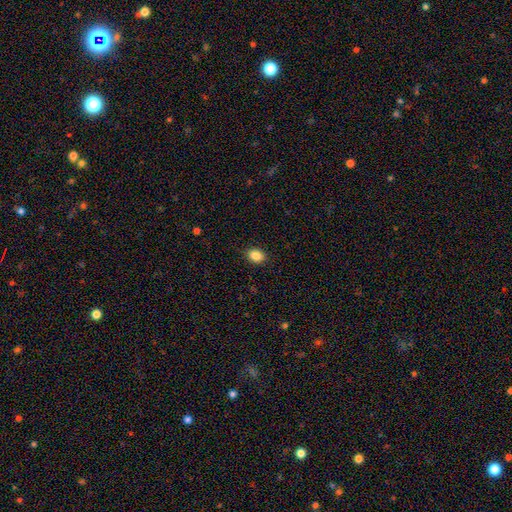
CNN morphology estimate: smooth_or_featured: smooth (p=0.86) [alt: star or artifact p=0.09]
how_rounded: in between (p=0.73) [alt: round p=0.25]
merging: none (p=0.89) [alt: minor disturbance p=0.08]